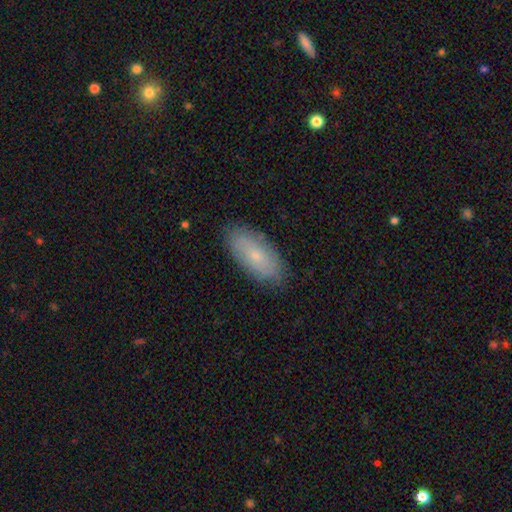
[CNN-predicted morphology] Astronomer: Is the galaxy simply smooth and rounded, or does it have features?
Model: smooth — 67%.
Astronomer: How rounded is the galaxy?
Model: in between — 89%.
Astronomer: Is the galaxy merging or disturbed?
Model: none — 84%.